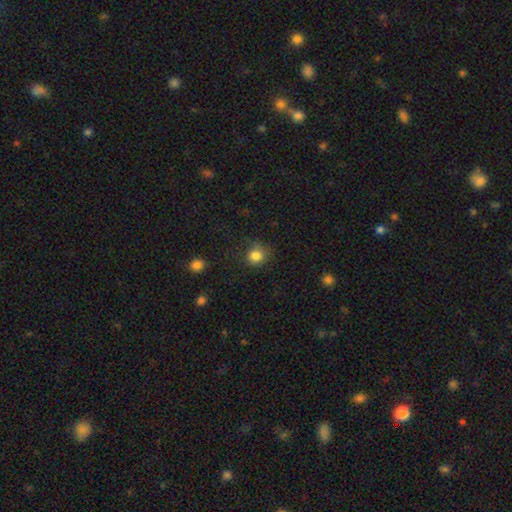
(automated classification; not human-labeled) smooth 83%, star or artifact 12%, featured or disk 5%. Down the decision tree: how rounded — round (85%); merging — none (75%).